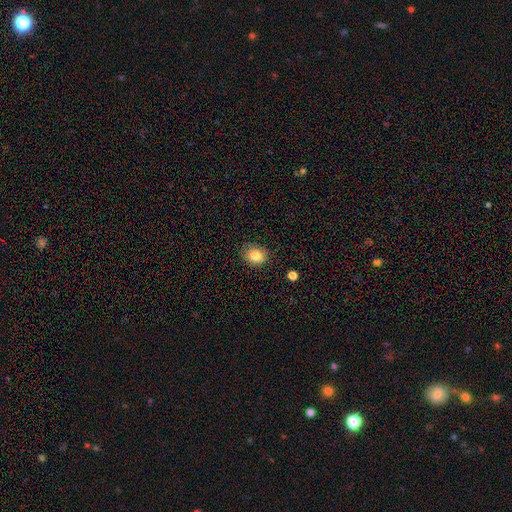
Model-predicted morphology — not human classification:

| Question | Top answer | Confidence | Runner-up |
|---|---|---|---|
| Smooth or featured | smooth | 83% | star or artifact (10%) |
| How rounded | round | 58% | in between (41%) |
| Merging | none | 79% | minor disturbance (16%) |